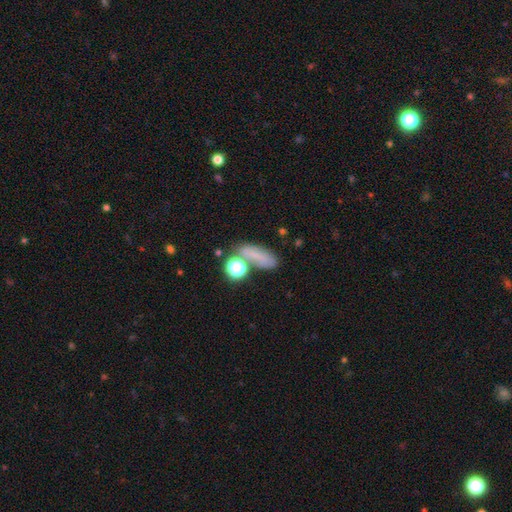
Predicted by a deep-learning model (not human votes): Smooth or featured? Predicted: smooth (p=0.62). How rounded? Predicted: in between (p=0.58). Merging? Predicted: none (p=0.51).